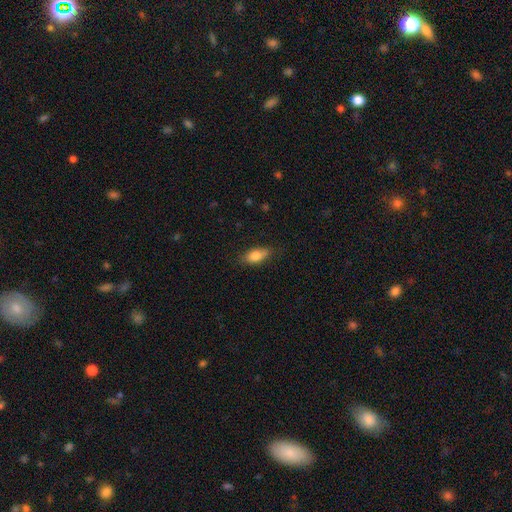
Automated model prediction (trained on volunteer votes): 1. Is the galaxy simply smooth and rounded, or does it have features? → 79% smooth, 14% featured or disk, 7% star or artifact.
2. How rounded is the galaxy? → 82% in between, 14% cigar-shaped, 4% round.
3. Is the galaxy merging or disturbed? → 80% none, 16% minor disturbance, 3% major disturbance, 1% merger.